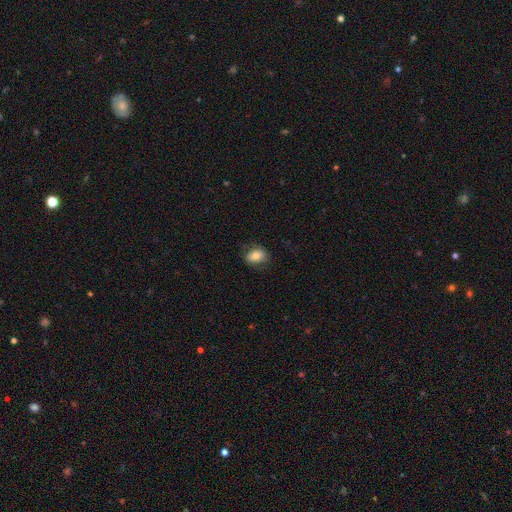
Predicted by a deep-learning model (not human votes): smooth_or_featured: smooth (p=0.75) [alt: featured or disk p=0.16]
how_rounded: in between (p=0.67) [alt: round p=0.32]
merging: none (p=0.75) [alt: minor disturbance p=0.18]